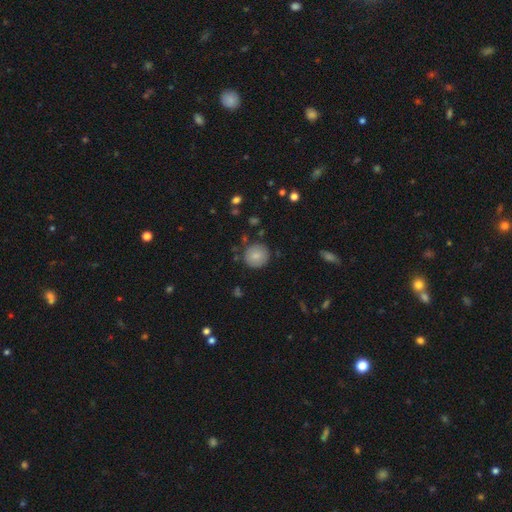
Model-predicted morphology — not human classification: Smooth or featured? Predicted: smooth (p=0.83). How rounded? Predicted: round (p=0.93). Merging? Predicted: none (p=0.85).